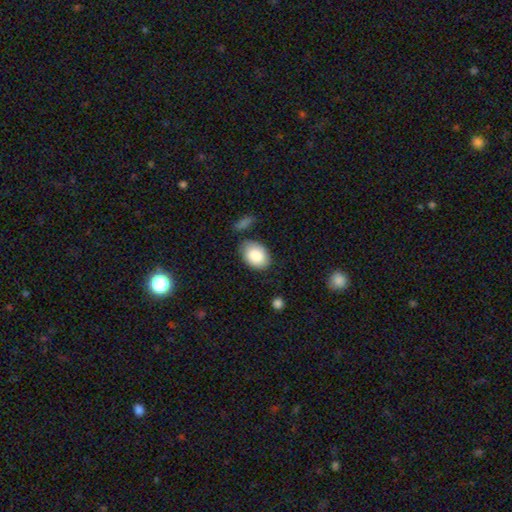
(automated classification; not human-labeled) Q: Smooth or featured?
A: smooth (86%); runner-up: featured or disk (8%)
Q: How rounded?
A: in between (78%); runner-up: round (20%)
Q: Merging?
A: none (73%); runner-up: minor disturbance (18%)